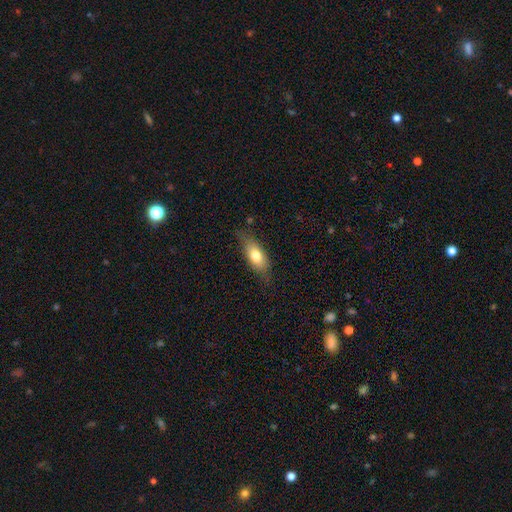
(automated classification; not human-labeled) Smooth or featured?
  - smooth: 73% *
  - featured or disk: 20%
  - star or artifact: 7%
How rounded?
  - in between: 77% *
  - cigar-shaped: 19%
  - round: 4%
Merging?
  - none: 71% *
  - minor disturbance: 22%
  - major disturbance: 6%
  - merger: 1%